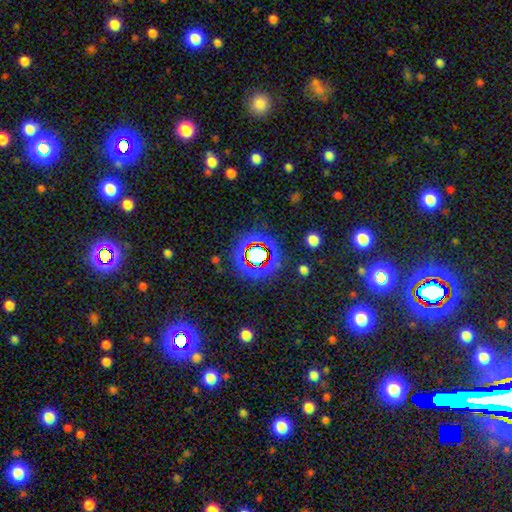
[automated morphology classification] star or artifact 63%, smooth 25%, featured or disk 12%.